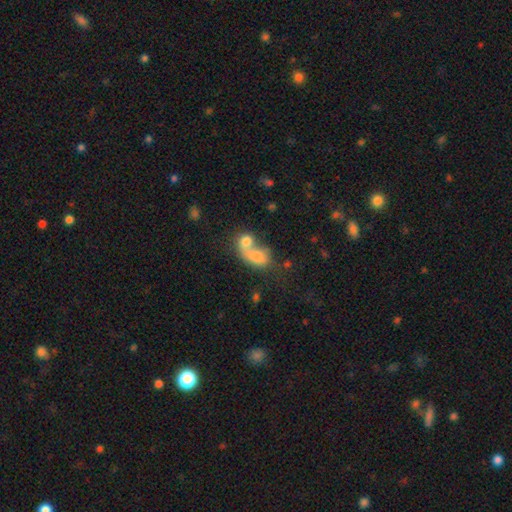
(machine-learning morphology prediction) type=smooth (70%); roundness=in between (67%); merging=merger (70%).